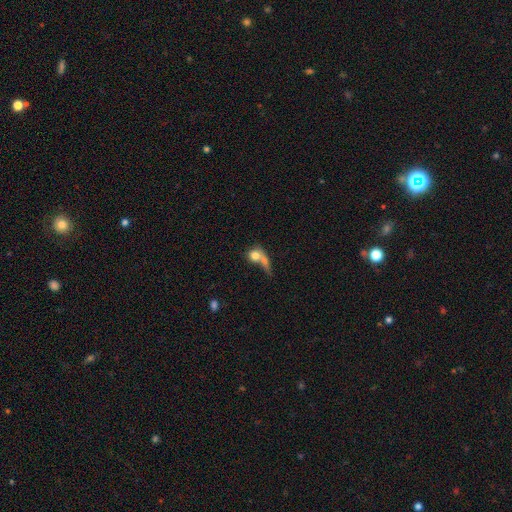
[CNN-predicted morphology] smooth_or_featured: smooth (p=0.69) [alt: featured or disk p=0.21]
how_rounded: round (p=0.63) [alt: in between p=0.31]
merging: merger (p=0.50) [alt: none p=0.23]